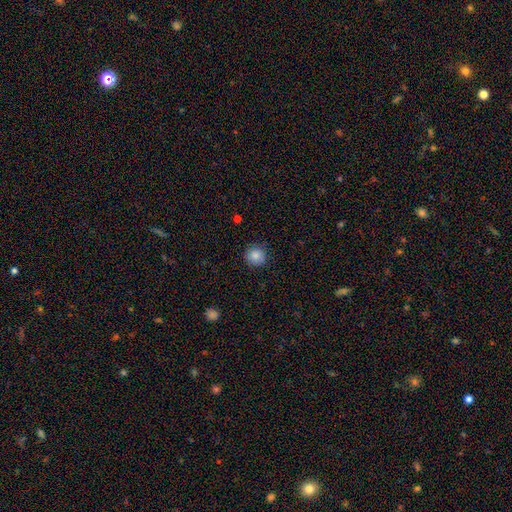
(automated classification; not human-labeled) smooth 85%, star or artifact 9%, featured or disk 5%. Down the decision tree: how rounded — round (93%); merging — none (88%).